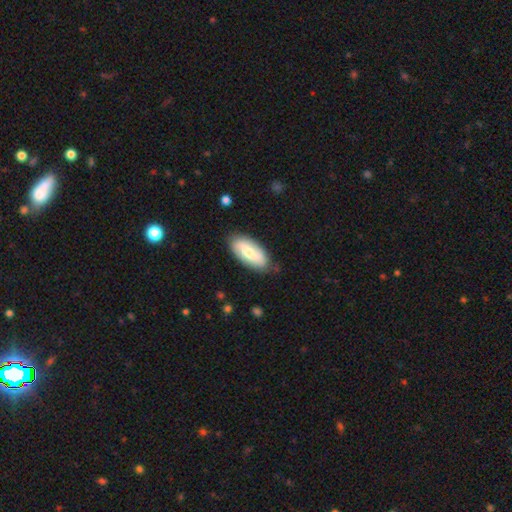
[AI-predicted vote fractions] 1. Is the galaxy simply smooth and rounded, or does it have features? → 48% featured or disk, 47% smooth, 5% star or artifact.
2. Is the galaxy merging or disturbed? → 80% none, 15% minor disturbance, 3% major disturbance, 1% merger.